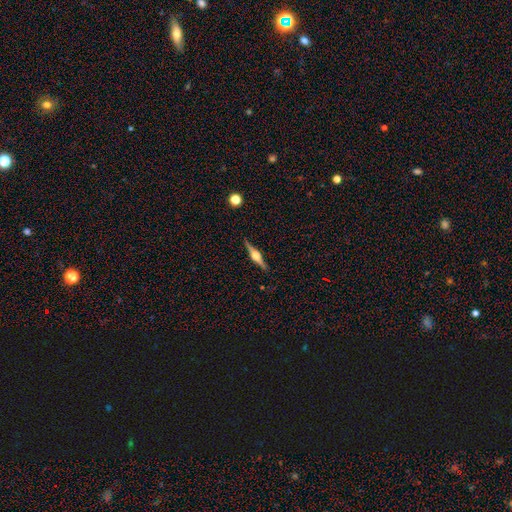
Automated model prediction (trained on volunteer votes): Q: Smooth or featured?
A: featured or disk (81%); runner-up: smooth (13%)
Q: Edge-on disk?
A: yes (98%); runner-up: no (2%)
Q: Edge-on bulge?
A: rounded (94%); runner-up: boxy (5%)
Q: Merging?
A: none (90%); runner-up: minor disturbance (7%)